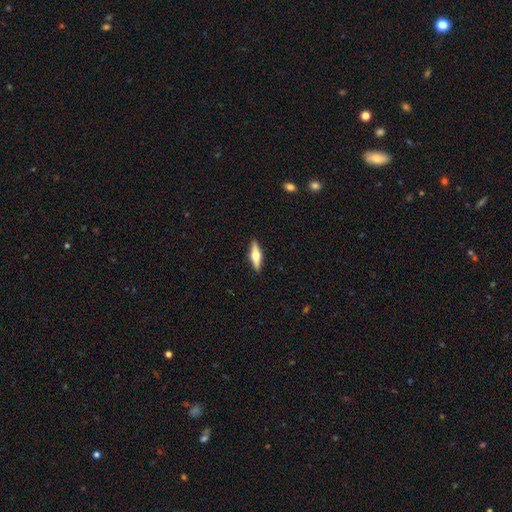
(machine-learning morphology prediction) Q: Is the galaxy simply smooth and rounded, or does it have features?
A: featured or disk — 59%.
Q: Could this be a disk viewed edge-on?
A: yes — 95%.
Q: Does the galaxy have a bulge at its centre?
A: rounded — 95%.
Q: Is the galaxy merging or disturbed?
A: none — 91%.